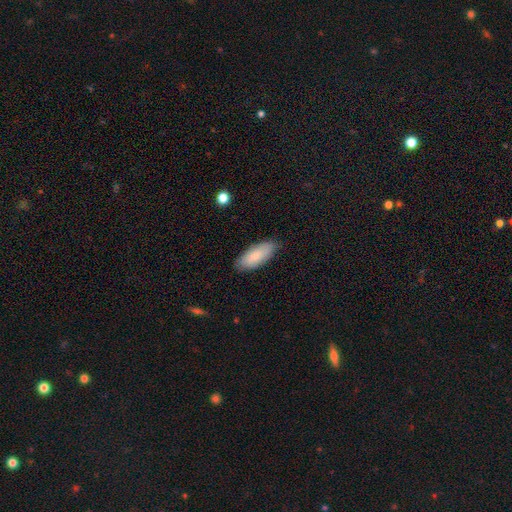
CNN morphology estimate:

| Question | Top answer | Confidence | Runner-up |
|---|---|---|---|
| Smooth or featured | smooth | 84% | featured or disk (11%) |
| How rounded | in between | 83% | cigar-shaped (15%) |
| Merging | none | 83% | minor disturbance (14%) |